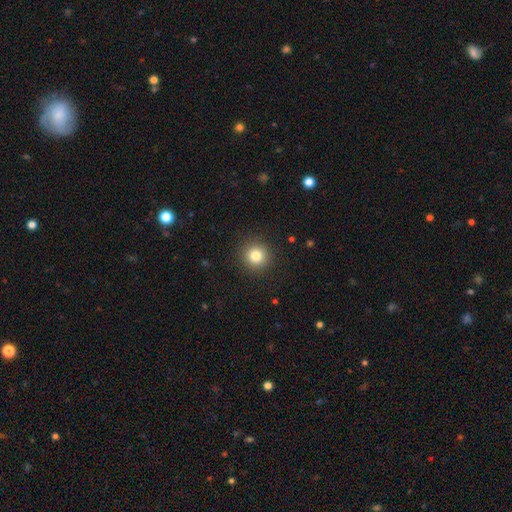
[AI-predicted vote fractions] This appears to be a smooth galaxy with no disk features (82%) that is round (94%). Merging: none (91%).